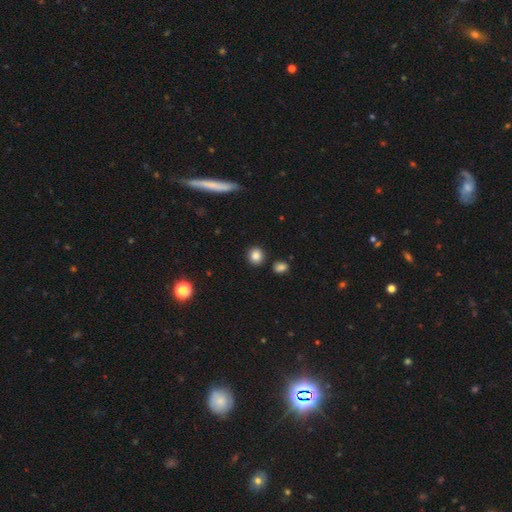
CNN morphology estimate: This is clearly a smooth galaxy (85%). How rounded: clearly round (84%). Merging: clearly none (87%).